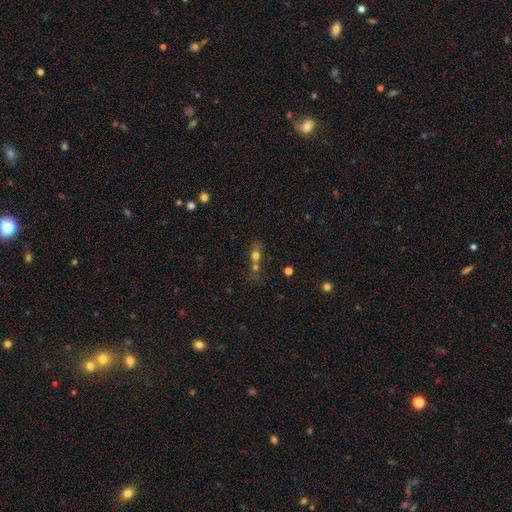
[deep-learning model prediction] Smooth or featured: smooth — 68% (featured or disk — 17%)
How rounded: round — 50% (in between — 43%)
Merging: merger — 54% (none — 30%)